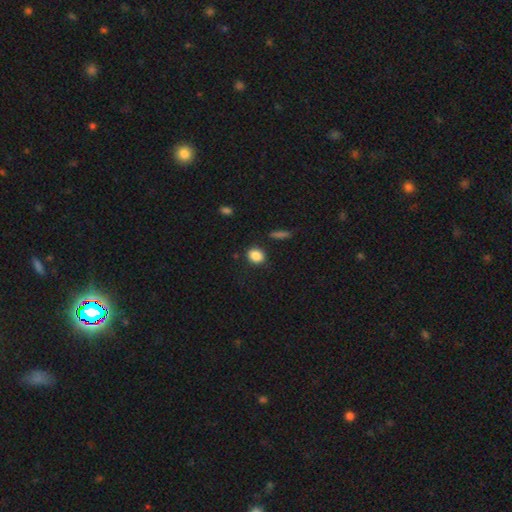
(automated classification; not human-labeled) Smooth or featured? smooth (86%)
How rounded? round (53%)
Merging? none (85%)